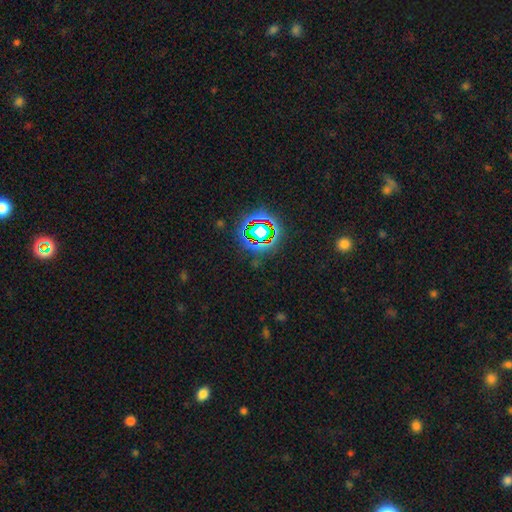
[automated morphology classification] smooth_or_featured: star or artifact (p=0.76) [alt: smooth p=0.14]